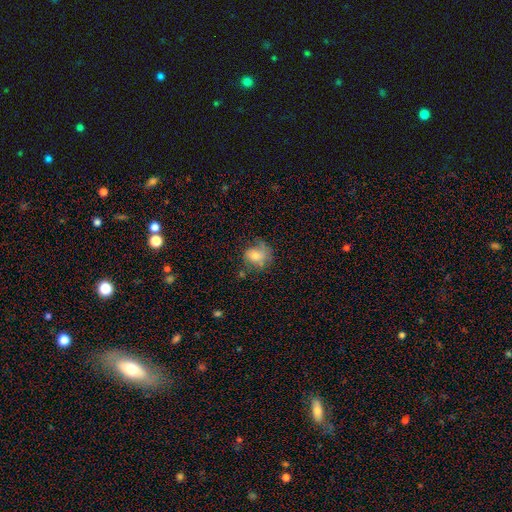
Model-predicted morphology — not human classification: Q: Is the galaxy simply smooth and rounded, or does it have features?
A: smooth — 64%.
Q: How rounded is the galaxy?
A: round — 51%.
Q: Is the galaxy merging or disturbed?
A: none — 44%.